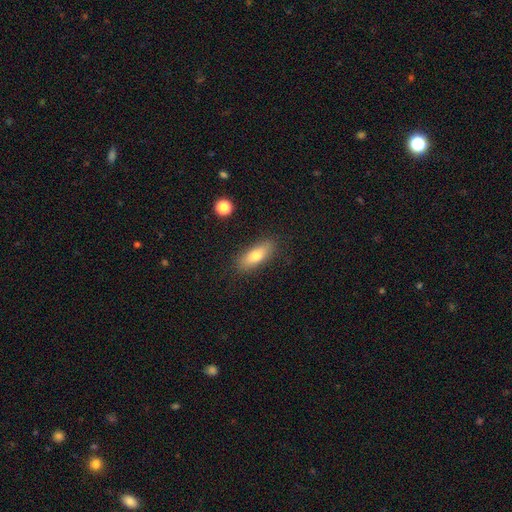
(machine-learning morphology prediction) Overall: smooth (74%). How rounded: in between (67%; cigar-shaped 30%). Merging: none (85%).